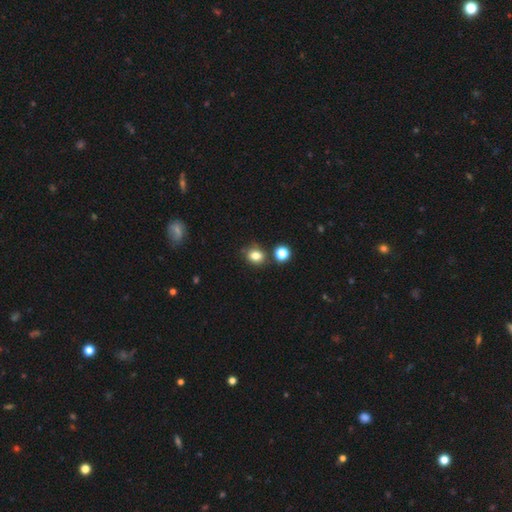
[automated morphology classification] Q: Smooth or featured?
A: smooth (80%); runner-up: star or artifact (12%)
Q: How rounded?
A: round (54%); runner-up: in between (45%)
Q: Merging?
A: none (69%); runner-up: minor disturbance (15%)